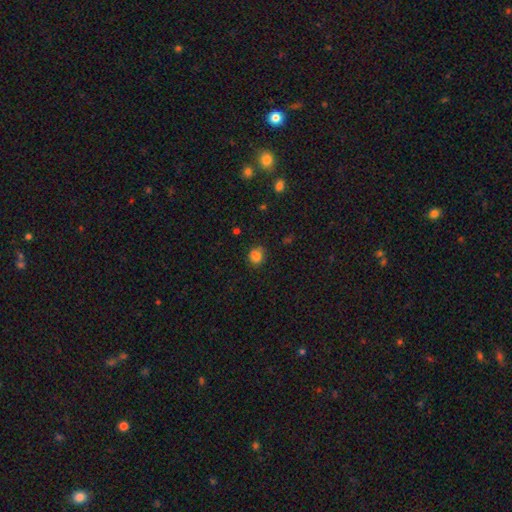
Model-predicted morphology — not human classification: This appears to be a smooth galaxy with no disk features (80%) that is round (68%). Merging: none (67%).